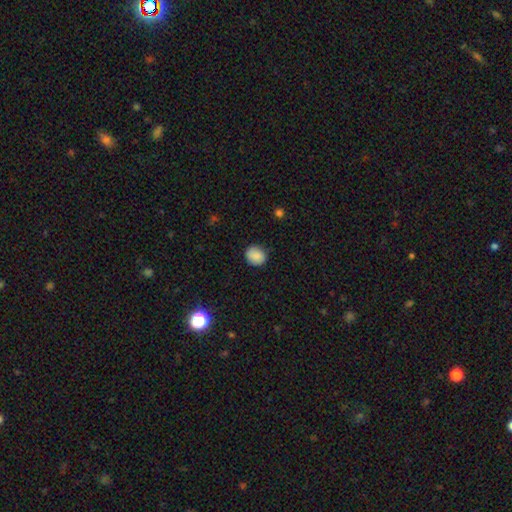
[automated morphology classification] A smooth galaxy with no disk features (87%) that is round (73%).

Vote fractions:
- Smooth or featured? smooth: 87% / star or artifact: 9% / featured or disk: 4%
- How rounded? round: 73% / in between: 27% / cigar-shaped: 1%
- Merging? none: 84% / minor disturbance: 12% / major disturbance: 3% / merger: 1%